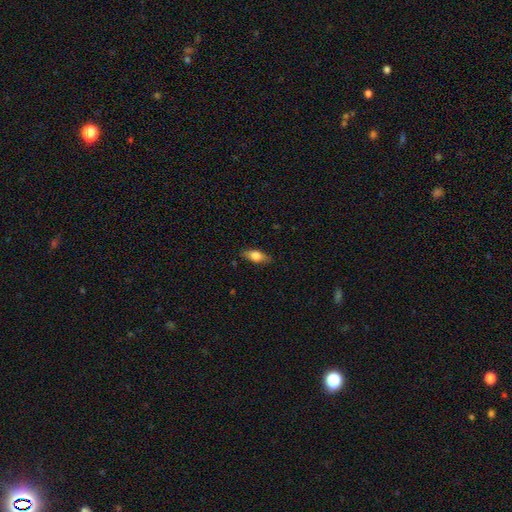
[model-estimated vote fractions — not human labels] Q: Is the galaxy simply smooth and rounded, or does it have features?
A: smooth — 70%.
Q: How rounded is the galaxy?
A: in between — 77%.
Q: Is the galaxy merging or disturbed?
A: none — 82%.